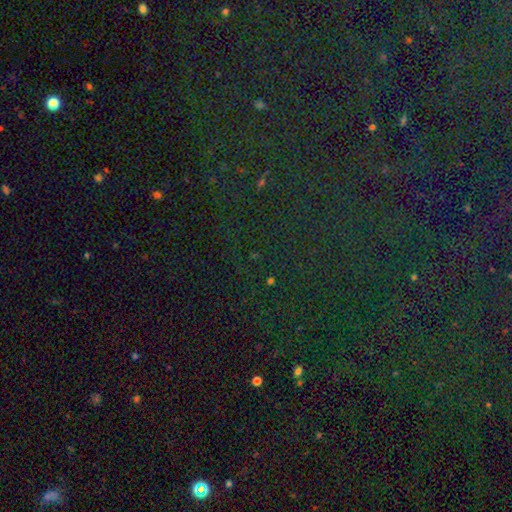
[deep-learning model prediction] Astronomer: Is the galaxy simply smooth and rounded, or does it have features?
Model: star or artifact — 85%.